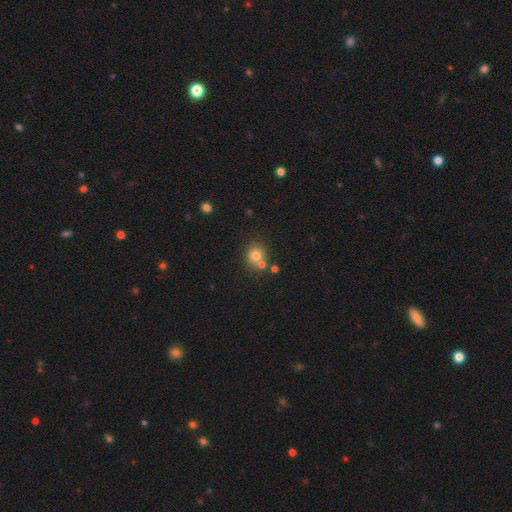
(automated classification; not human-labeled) Morphology: type=smooth (77%); roundness=round (85%); merging=none (64%).